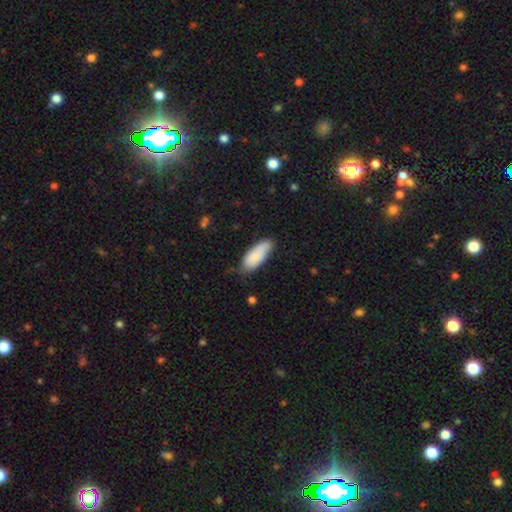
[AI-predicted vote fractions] Overall: smooth (83%). How rounded: in between (79%). Merging: none (60%; minor disturbance 32%).